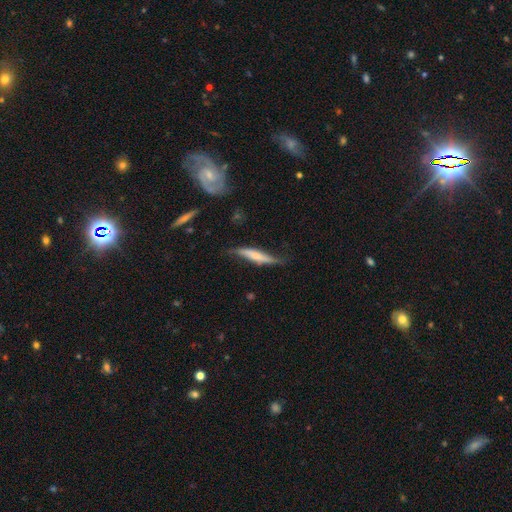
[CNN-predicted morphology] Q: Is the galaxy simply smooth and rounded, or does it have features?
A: featured or disk — 52%.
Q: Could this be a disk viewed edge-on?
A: yes — 71%.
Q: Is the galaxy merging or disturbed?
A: none — 59%.